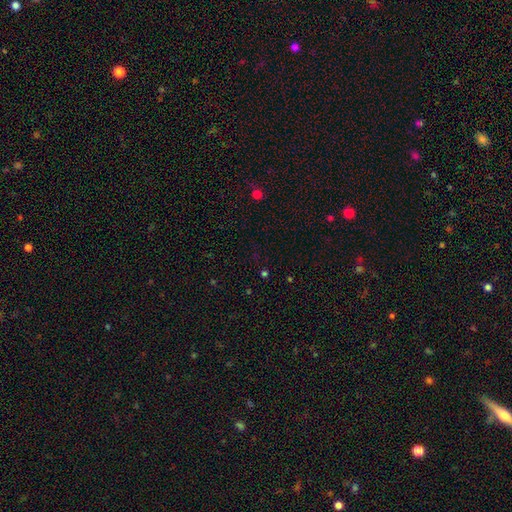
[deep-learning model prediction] A star or artifact, not a galaxy (59%).